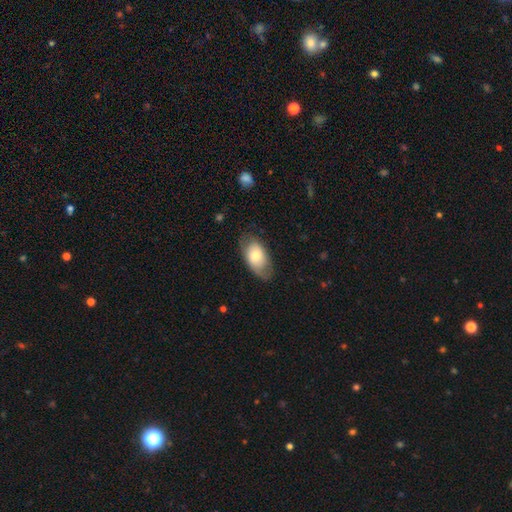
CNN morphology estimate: Overall: smooth (65%; featured or disk 29%). How rounded: in between (92%). Merging: none (68%).